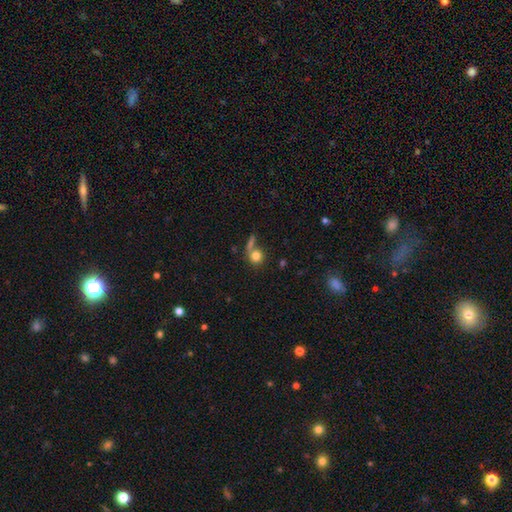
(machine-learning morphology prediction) Smooth or featured?
  - smooth: 80% *
  - star or artifact: 11%
  - featured or disk: 10%
How rounded?
  - round: 87% *
  - in between: 12%
  - cigar-shaped: 2%
Merging?
  - none: 59% *
  - merger: 22%
  - minor disturbance: 11%
  - major disturbance: 7%